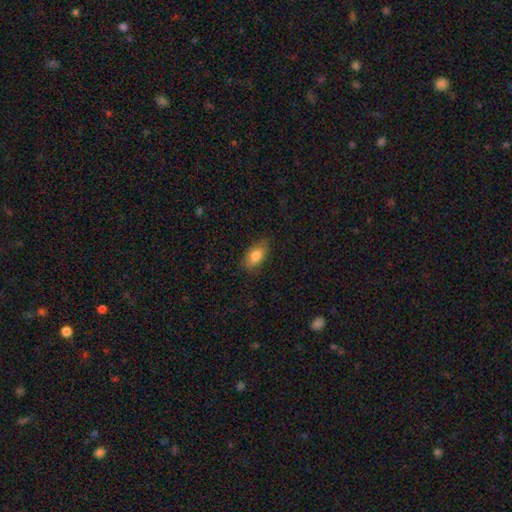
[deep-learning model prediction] This appears to be a smooth galaxy with no disk features (83%) that is in between round and cigar-shaped (89%). Merging: none (80%).